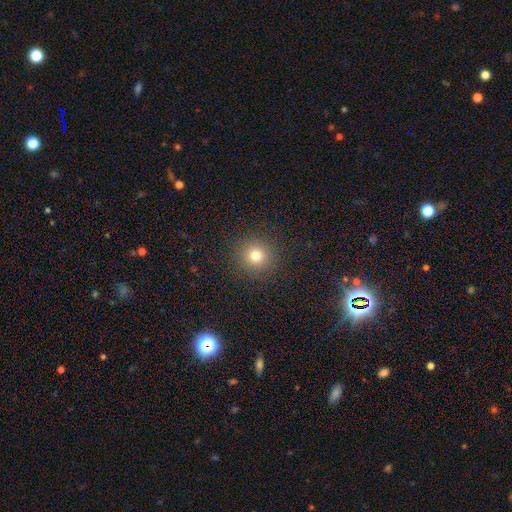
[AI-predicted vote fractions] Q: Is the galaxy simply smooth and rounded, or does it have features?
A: smooth — 75%.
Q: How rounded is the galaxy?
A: round — 93%.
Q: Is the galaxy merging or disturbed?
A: none — 90%.